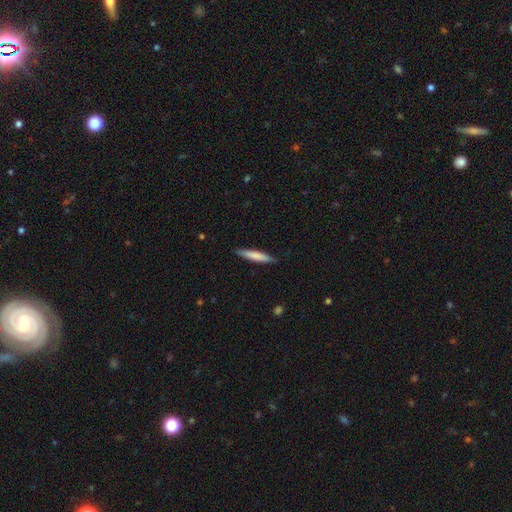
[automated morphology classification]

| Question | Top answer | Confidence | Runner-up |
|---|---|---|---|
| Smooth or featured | smooth | 74% | featured or disk (21%) |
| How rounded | cigar-shaped | 92% | in between (7%) |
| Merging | none | 88% | minor disturbance (10%) |